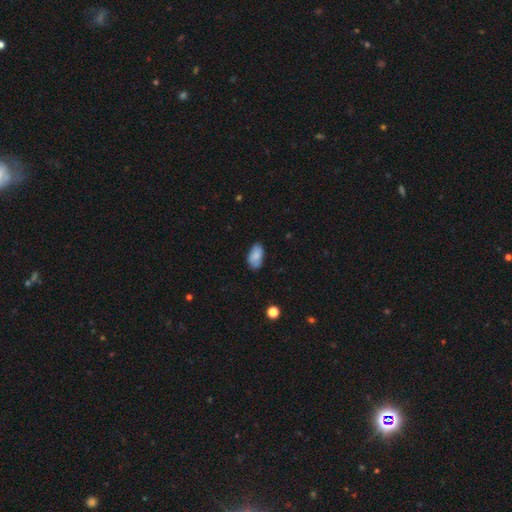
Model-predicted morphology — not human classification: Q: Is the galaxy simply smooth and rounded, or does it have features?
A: smooth — 82%.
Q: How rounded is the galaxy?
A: in between — 94%.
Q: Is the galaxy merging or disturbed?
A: none — 73%.